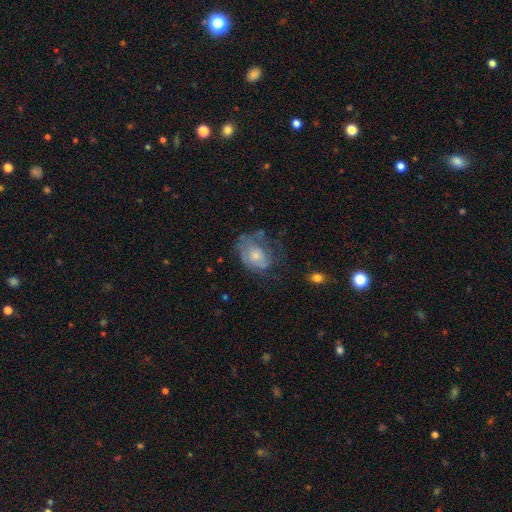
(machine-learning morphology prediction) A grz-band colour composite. It shows a smooth galaxy with no disk features (48%). Merging: major disturbance (35%).